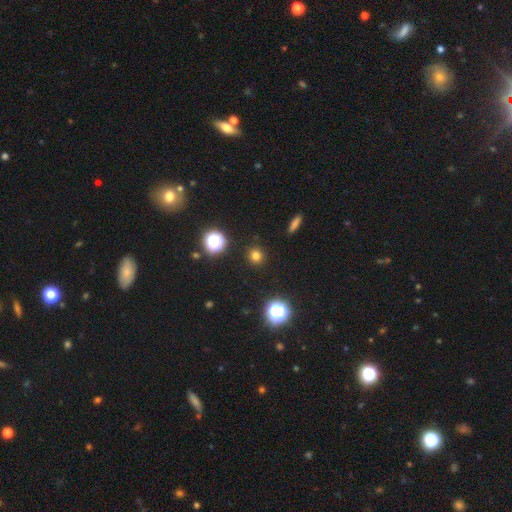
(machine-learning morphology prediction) This appears to be a smooth galaxy with no disk features (76%) that is round (91%). Merging: none (91%).